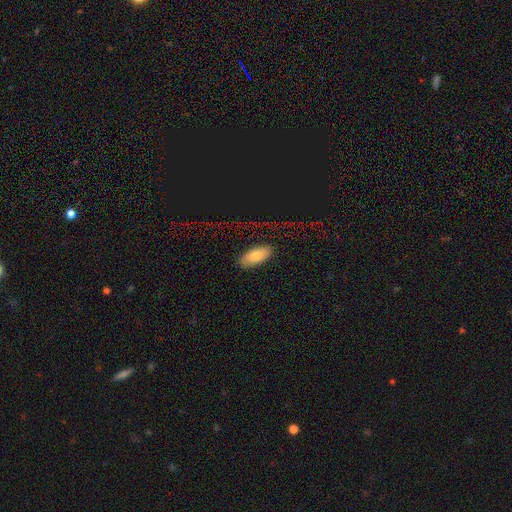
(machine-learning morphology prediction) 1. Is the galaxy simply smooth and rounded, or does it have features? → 79% smooth, 13% featured or disk, 8% star or artifact.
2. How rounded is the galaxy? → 88% in between, 10% cigar-shaped, 2% round.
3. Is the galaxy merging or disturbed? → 80% none, 13% minor disturbance, 6% major disturbance, 2% merger.